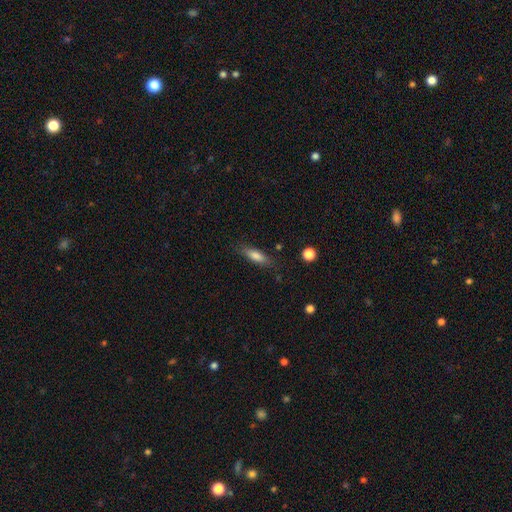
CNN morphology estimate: Overall: smooth (77%). How rounded: cigar-shaped (53%; in between 44%). Merging: none (79%).